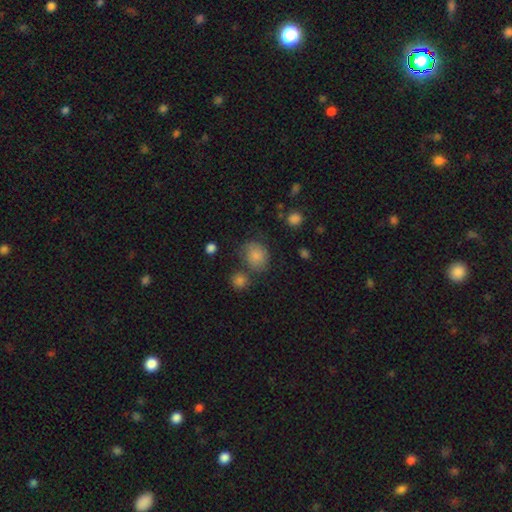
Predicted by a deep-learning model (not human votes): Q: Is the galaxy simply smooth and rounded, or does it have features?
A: smooth — 72%.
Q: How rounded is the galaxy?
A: round — 70%.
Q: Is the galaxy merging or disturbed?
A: none — 63%.